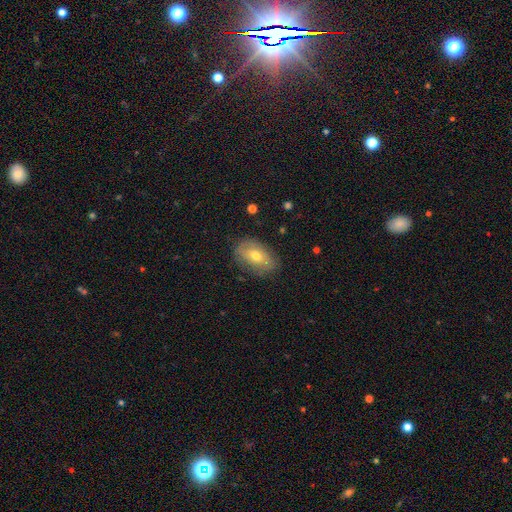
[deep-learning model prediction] Morphology: type=smooth (53%); roundness=in between (89%); merging=none (77%).